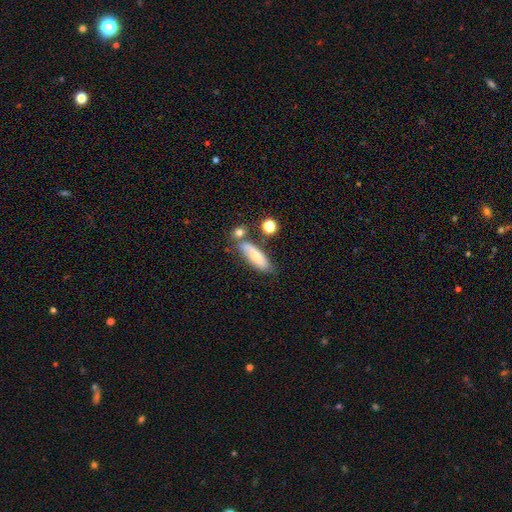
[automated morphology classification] Q: Smooth or featured?
A: smooth (72%); runner-up: featured or disk (20%)
Q: How rounded?
A: in between (51%); runner-up: cigar-shaped (46%)
Q: Merging?
A: none (59%); runner-up: minor disturbance (19%)